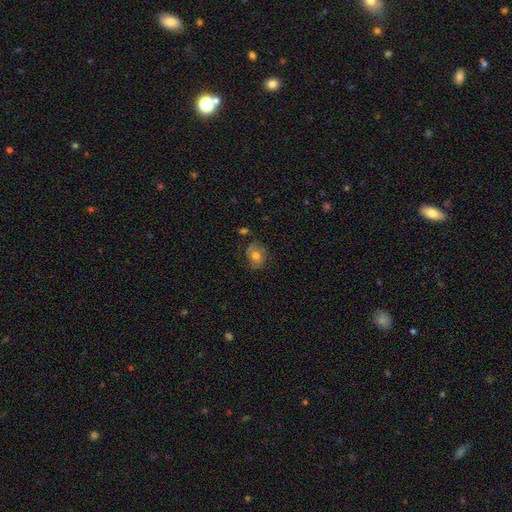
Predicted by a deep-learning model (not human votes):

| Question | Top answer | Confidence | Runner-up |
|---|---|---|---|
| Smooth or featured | smooth | 64% | featured or disk (27%) |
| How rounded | round | 54% | in between (45%) |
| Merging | none | 67% | minor disturbance (23%) |